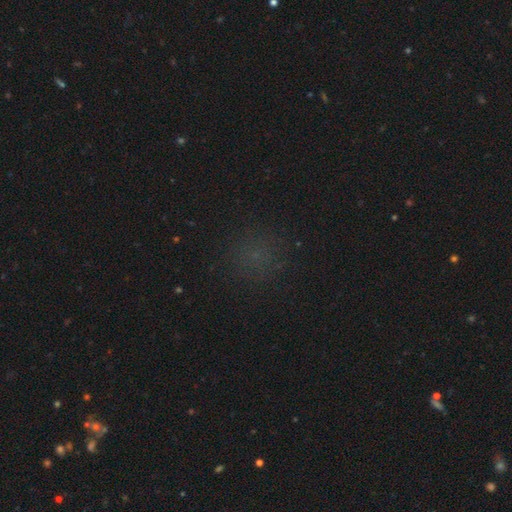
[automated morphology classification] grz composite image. It shows a smooth galaxy with no disk features (52%) that is round (87%). Merging: none (83%).